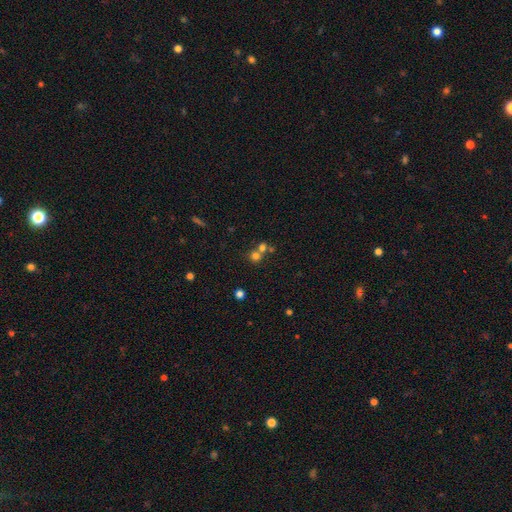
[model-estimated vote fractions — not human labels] This is likely a smooth galaxy (70%). How rounded: clearly round (87%). Merging: possibly none (47%).